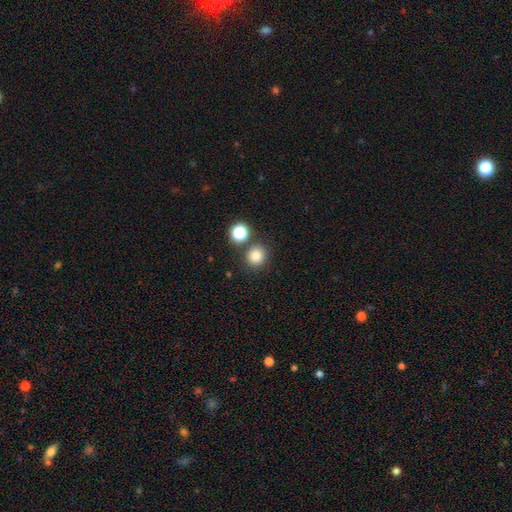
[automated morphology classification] Smooth or featured: smooth — 81% (star or artifact — 13%)
How rounded: round — 90% (in between — 9%)
Merging: none — 80% (merger — 10%)